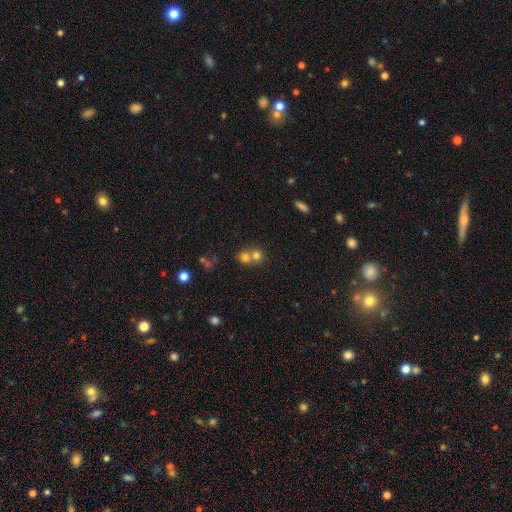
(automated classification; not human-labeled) A smooth galaxy with no disk features (71%) that is round (83%).

Vote fractions:
- Smooth or featured? smooth: 71% / star or artifact: 15% / featured or disk: 14%
- How rounded? round: 83% / in between: 16% / cigar-shaped: 1%
- Merging? merger: 58% / none: 36% / minor disturbance: 4% / major disturbance: 2%